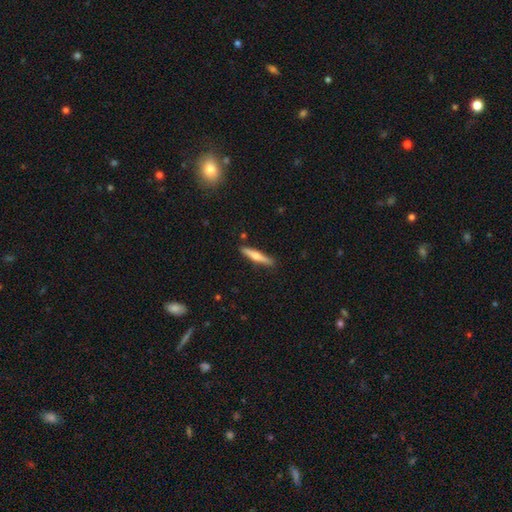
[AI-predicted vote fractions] Smooth or featured? Predicted: featured or disk (p=0.48). Merging? Predicted: none (p=0.89).